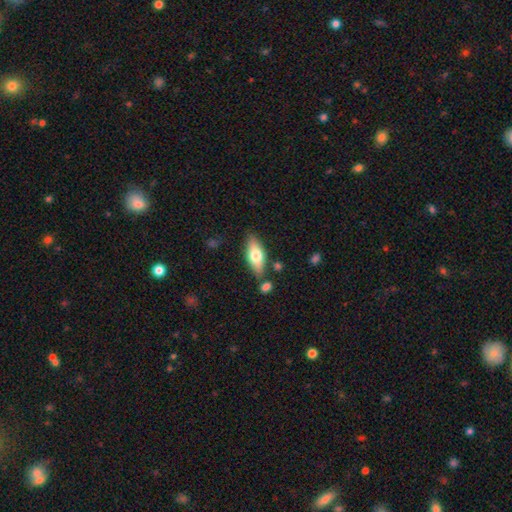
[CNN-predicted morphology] type=smooth (62%); roundness=in between (71%); merging=none (77%).